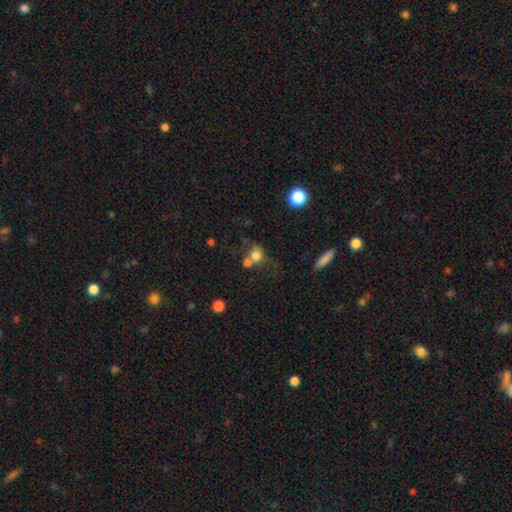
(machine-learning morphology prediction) Q: Smooth or featured?
A: smooth (75%); runner-up: star or artifact (13%)
Q: How rounded?
A: round (76%); runner-up: in between (22%)
Q: Merging?
A: none (41%); runner-up: merger (38%)